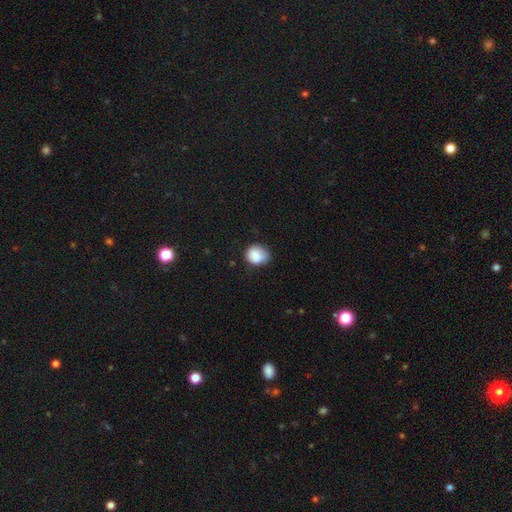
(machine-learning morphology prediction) The model was most divided on "merging": none: 58%, minor disturbance: 32%, major disturbance: 7%, merger: 2%. More confident: smooth or featured — smooth (85%); how rounded — round (66%).